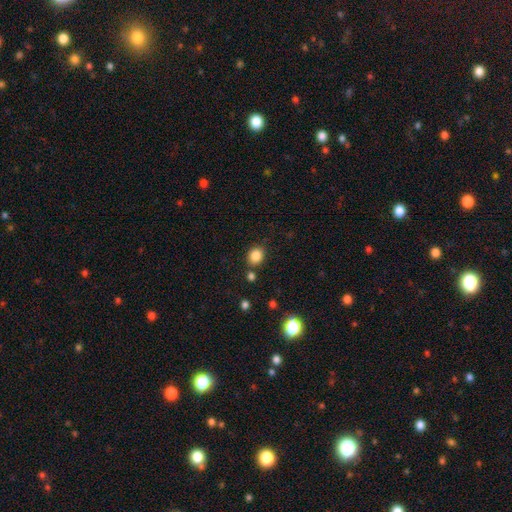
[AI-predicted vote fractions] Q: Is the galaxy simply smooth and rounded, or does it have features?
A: smooth — 85%.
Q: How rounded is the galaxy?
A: round — 60%.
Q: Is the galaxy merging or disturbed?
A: none — 79%.